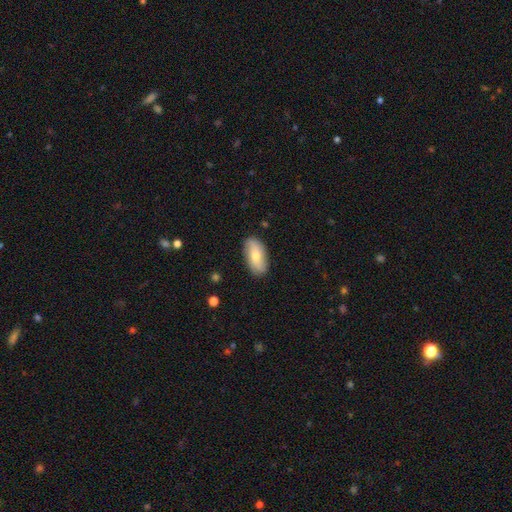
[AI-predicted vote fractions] smooth_or_featured: smooth (p=0.63) [alt: featured or disk p=0.31]
how_rounded: in between (p=0.91) [alt: cigar-shaped p=0.05]
merging: none (p=0.85) [alt: minor disturbance p=0.11]